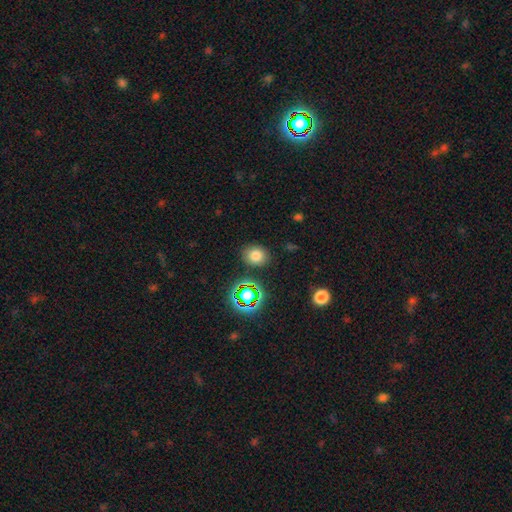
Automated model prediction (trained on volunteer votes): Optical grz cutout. It shows a smooth galaxy with no disk features (75%) that is round (56%). Merging: none (84%).